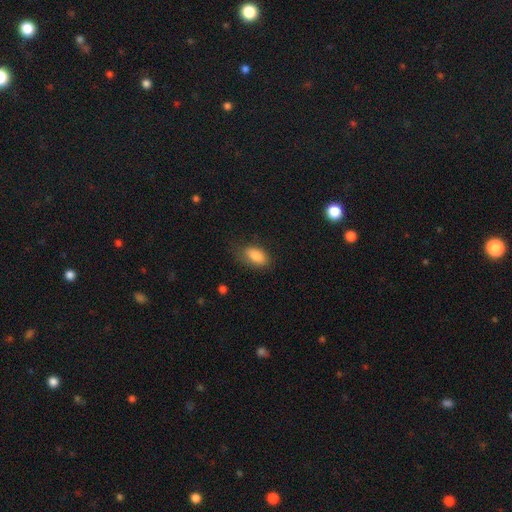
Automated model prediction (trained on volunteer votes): A smooth galaxy with no disk features (85%) that is in between round and cigar-shaped (90%).

Vote fractions:
- Smooth or featured? smooth: 85% / featured or disk: 8% / star or artifact: 7%
- How rounded? in between: 90% / cigar-shaped: 5% / round: 5%
- Merging? none: 71% / minor disturbance: 21% / major disturbance: 7% / merger: 1%